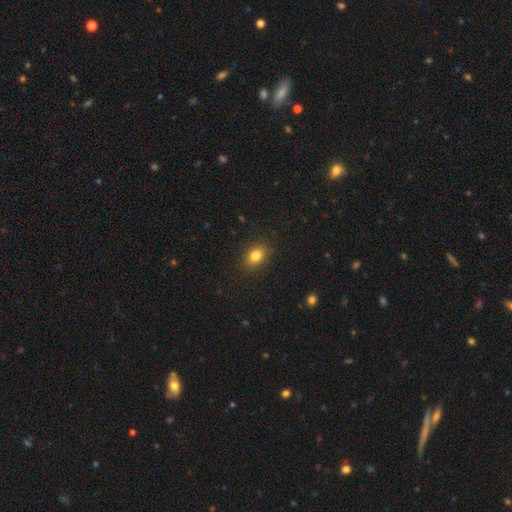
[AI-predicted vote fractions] smooth-or-featured: smooth: 83% | star or artifact: 10% | featured or disk: 7%
  how-rounded: in between: 70% | round: 29% | cigar-shaped: 1%
  merging: none: 87% | minor disturbance: 9% | major disturbance: 3% | merger: 1%